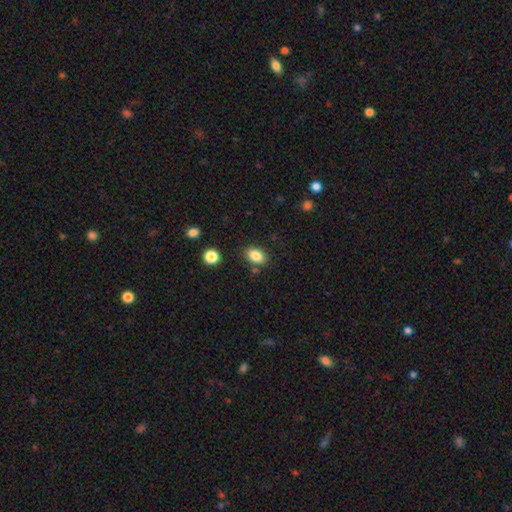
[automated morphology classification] Smooth or featured: smooth — 85% (star or artifact — 9%)
How rounded: in between — 83% (round — 15%)
Merging: none — 82% (minor disturbance — 11%)